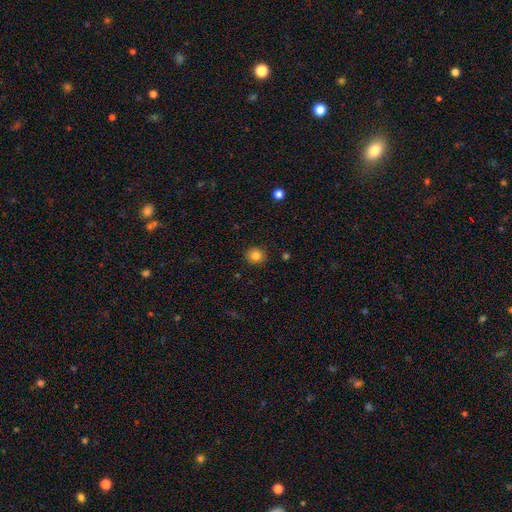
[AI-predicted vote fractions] smooth-or-featured: smooth: 84% | star or artifact: 11% | featured or disk: 6%
  how-rounded: round: 83% | in between: 16% | cigar-shaped: 1%
  merging: none: 90% | minor disturbance: 7% | major disturbance: 2% | merger: 1%